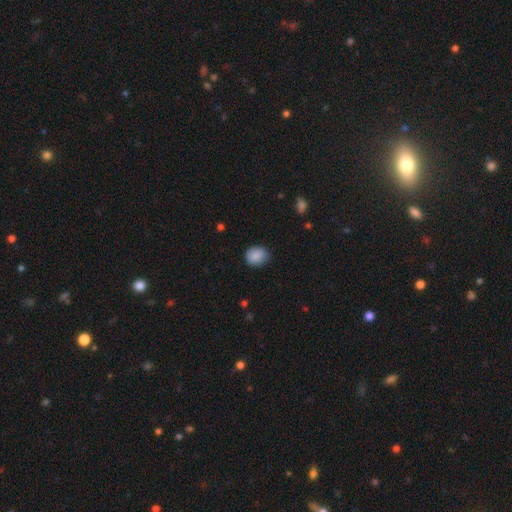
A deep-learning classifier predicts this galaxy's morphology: The model was most divided on "how rounded": round: 62%, in between: 37%, cigar-shaped: 1%. More confident: smooth or featured — smooth (88%); merging — none (77%).